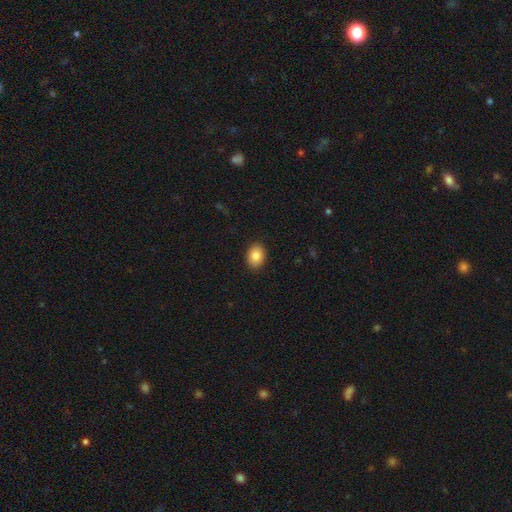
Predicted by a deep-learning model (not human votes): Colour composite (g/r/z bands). It shows a smooth galaxy with no disk features (87%) that is in between round and cigar-shaped (71%). Merging: none (90%).